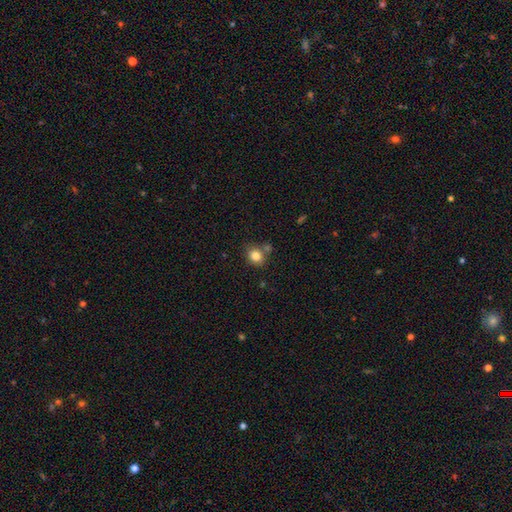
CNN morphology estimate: Smooth or featured? smooth (83%)
How rounded? round (70%)
Merging? none (67%)